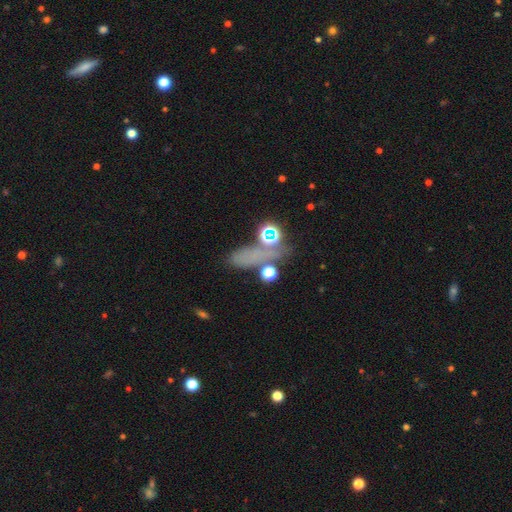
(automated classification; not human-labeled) Smooth or featured? star or artifact (46%)